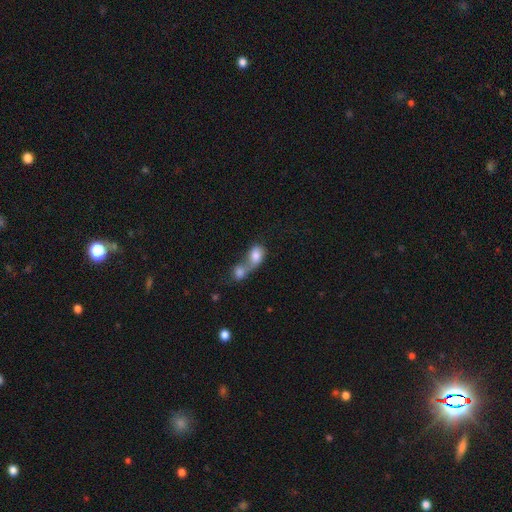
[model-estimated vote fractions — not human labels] smooth-or-featured: smooth: 80% | featured or disk: 13% | star or artifact: 7%
  how-rounded: in between: 66% | round: 32% | cigar-shaped: 2%
  merging: merger: 81% | none: 10% | minor disturbance: 4% | major disturbance: 4%